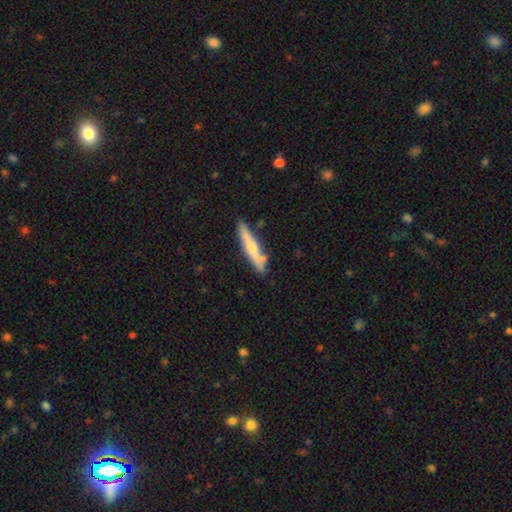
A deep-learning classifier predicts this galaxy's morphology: type=smooth (61%); roundness=cigar-shaped (89%); merging=none (73%).